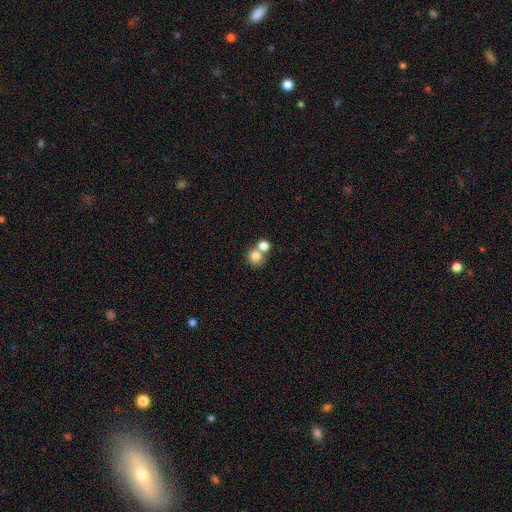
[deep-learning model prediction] This appears to be a smooth galaxy with no disk features (80%) that is round (88%). Merging: none (46%).